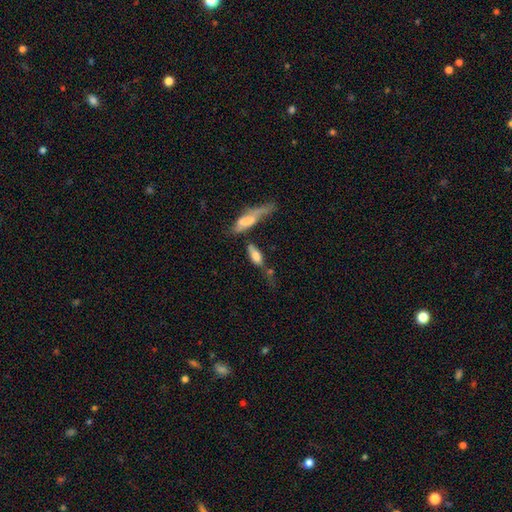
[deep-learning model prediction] Overall: smooth (66%). How rounded: in between (63%; cigar-shaped 33%). Merging: none (32%; merger 31%).